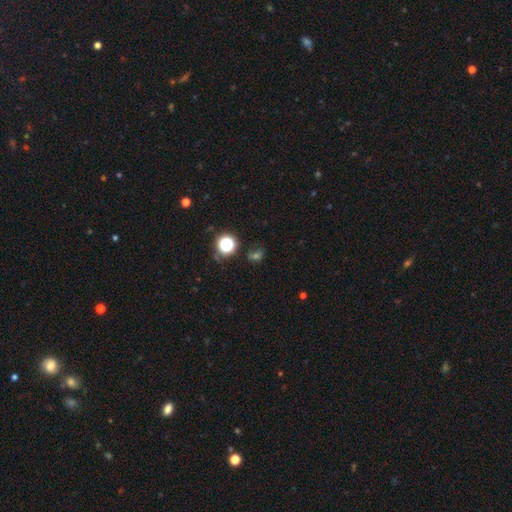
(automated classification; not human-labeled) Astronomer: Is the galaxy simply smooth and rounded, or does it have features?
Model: smooth — 48% (runner-up: star or artifact, 43%).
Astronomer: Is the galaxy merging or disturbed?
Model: none — 77%.